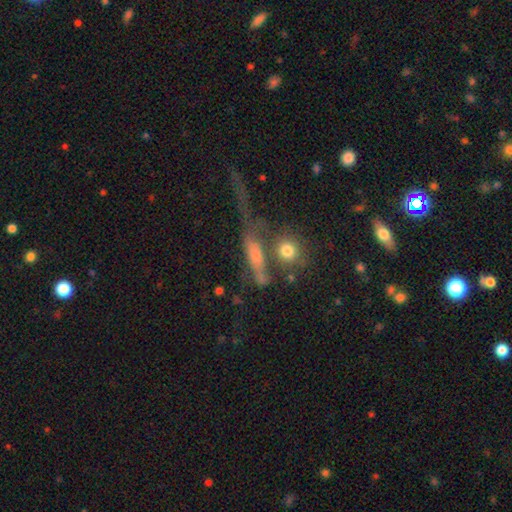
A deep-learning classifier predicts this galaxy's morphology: Smooth or featured? smooth (58%)
How rounded? cigar-shaped (48%)
Merging? none (40%)